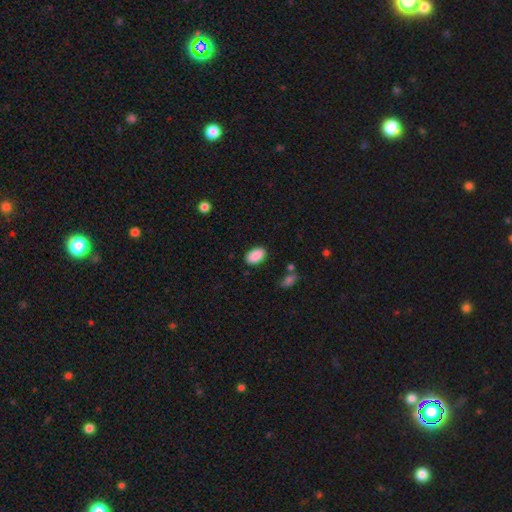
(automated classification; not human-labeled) Smooth or featured? smooth (90%)
How rounded? in between (92%)
Merging? none (86%)